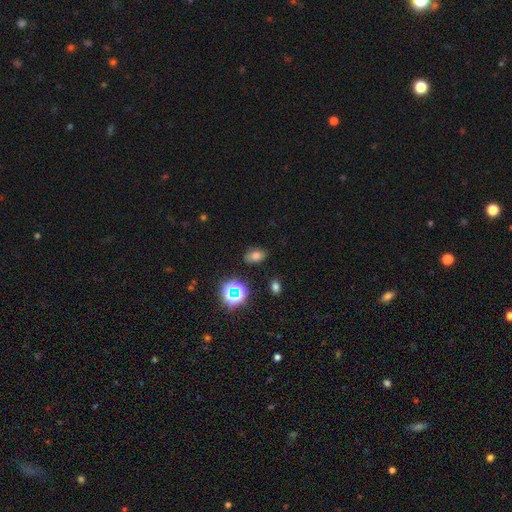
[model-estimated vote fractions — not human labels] smooth 69%, star or artifact 21%, featured or disk 10%. Down the decision tree: how rounded — in between (83%); merging — none (83%).